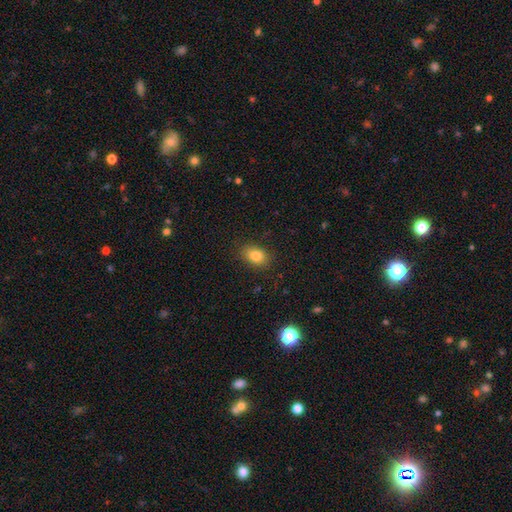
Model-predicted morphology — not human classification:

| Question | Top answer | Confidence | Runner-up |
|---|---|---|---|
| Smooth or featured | smooth | 85% | star or artifact (9%) |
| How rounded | in between | 80% | round (19%) |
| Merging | none | 84% | minor disturbance (12%) |